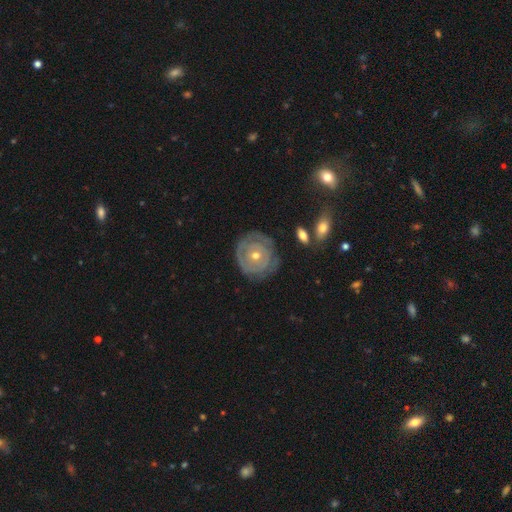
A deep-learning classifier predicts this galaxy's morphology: Overall: featured or disk (76%). Edge-on disk: no (97%). Bar: no (82%). Spiral arms: yes (72%). Spiral arm count: can't tell (47%; 2 24%). Spiral winding: tight (82%). Bulge size: moderate (49%; small 48%). Merging: none (75%).